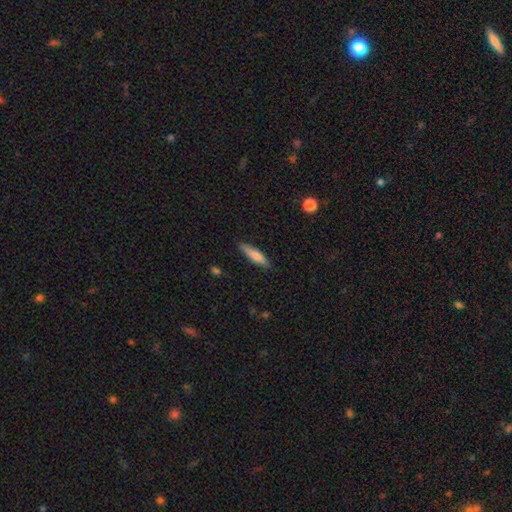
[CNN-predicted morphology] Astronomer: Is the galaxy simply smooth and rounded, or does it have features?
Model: smooth — 70%.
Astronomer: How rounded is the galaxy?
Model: cigar-shaped — 77%.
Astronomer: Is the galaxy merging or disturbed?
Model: none — 86%.